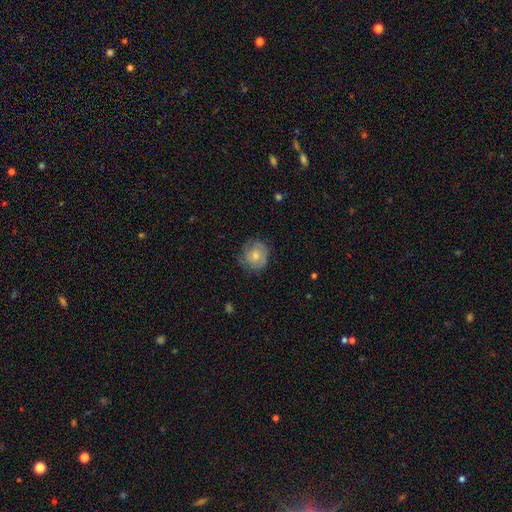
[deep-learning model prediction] smooth_or_featured: smooth (p=0.69) [alt: featured or disk p=0.24]
how_rounded: round (p=0.83) [alt: in between p=0.16]
merging: none (p=0.68) [alt: minor disturbance p=0.23]